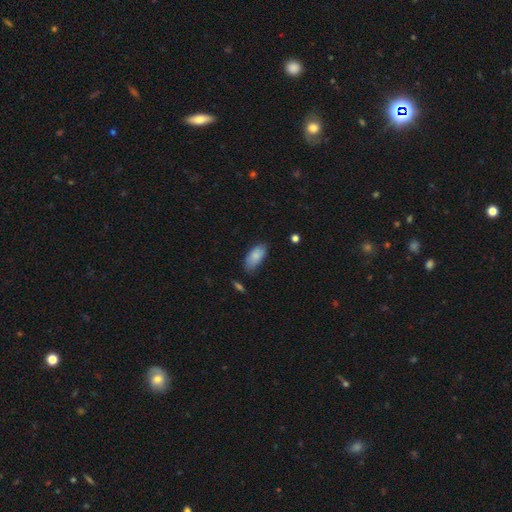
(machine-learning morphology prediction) smooth_or_featured: smooth (p=0.83) [alt: featured or disk p=0.10]
how_rounded: in between (p=0.91) [alt: cigar-shaped p=0.07]
merging: none (p=0.61) [alt: minor disturbance p=0.31]